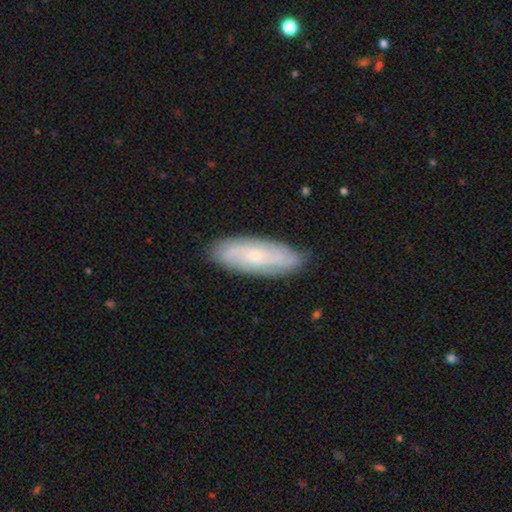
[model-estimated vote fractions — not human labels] Smooth or featured: featured or disk — 63% (smooth — 30%)
Edge-on disk: no — 86% (yes — 14%)
Bar: no — 72% (weak — 24%)
Spiral arms: yes — 88% (no — 12%)
Bulge size: small — 73% (moderate — 22%)
Merging: none — 84% (minor disturbance — 12%)